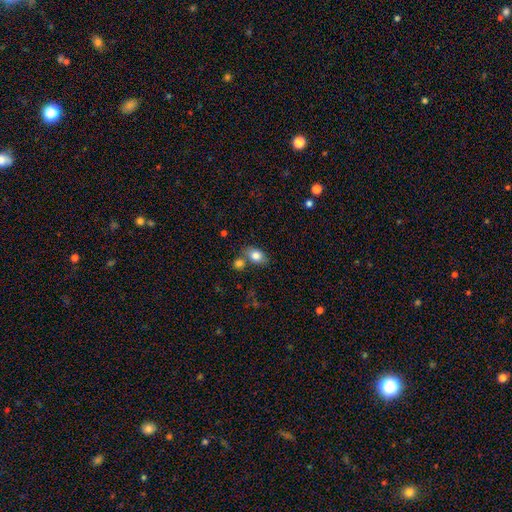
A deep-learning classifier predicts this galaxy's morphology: smooth 81%, featured or disk 10%, star or artifact 8%. Down the decision tree: how rounded — in between (75%); merging — none (62%).